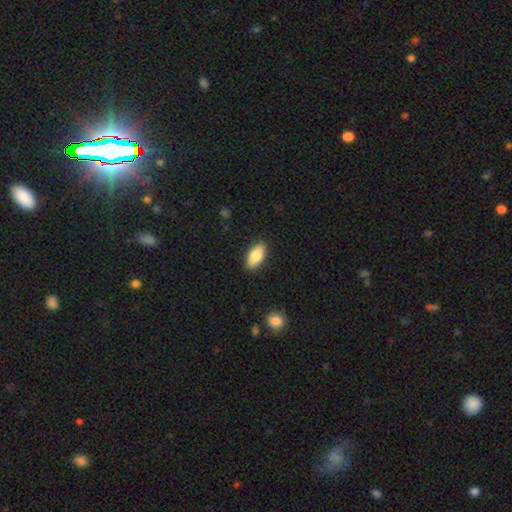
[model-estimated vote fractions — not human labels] This appears to be a smooth galaxy with no disk features (83%) that is in between round and cigar-shaped (86%). Merging: none (88%).